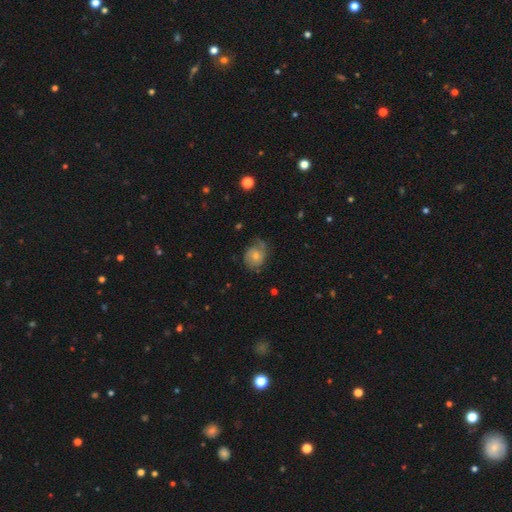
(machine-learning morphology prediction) This appears to be a featured or disk galaxy (50%). Merging: none (57%).